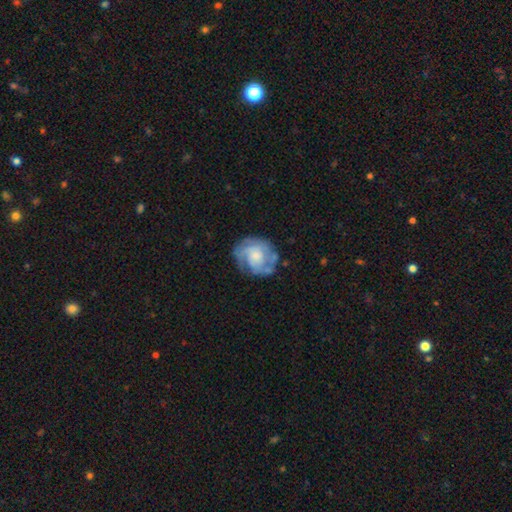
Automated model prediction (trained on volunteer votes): Smooth or featured? Predicted: featured or disk (p=0.70). Edge-on disk? Predicted: no (p=0.98). Bar? Predicted: no (p=0.78). Spiral arms? Predicted: yes (p=0.85). Spiral winding? Predicted: tight (p=0.53). Spiral arm count? Predicted: can't tell (p=0.37). Bulge size? Predicted: small (p=0.44). Merging? Predicted: none (p=0.65).